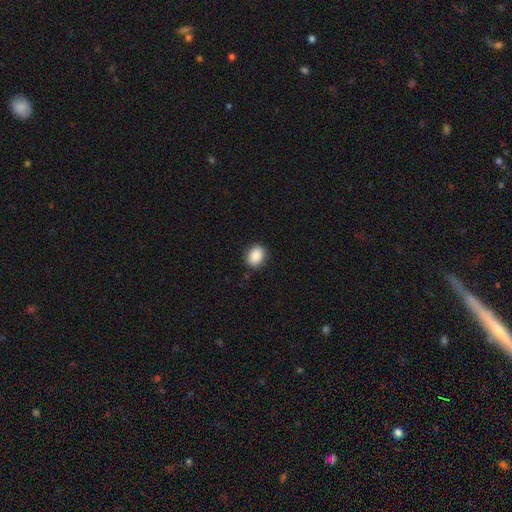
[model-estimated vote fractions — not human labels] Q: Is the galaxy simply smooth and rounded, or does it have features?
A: smooth — 88%.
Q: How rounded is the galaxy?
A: in between — 64%.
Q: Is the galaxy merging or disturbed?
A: none — 87%.